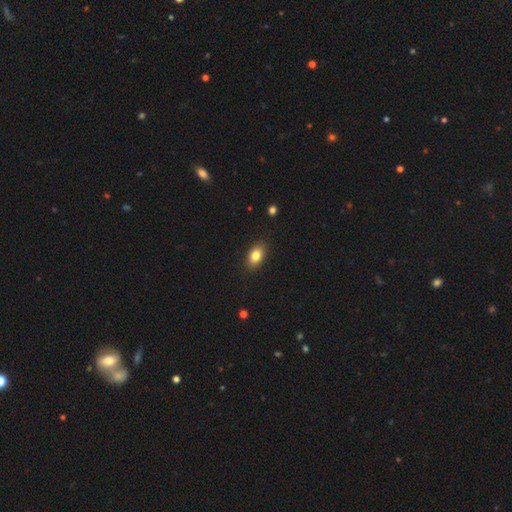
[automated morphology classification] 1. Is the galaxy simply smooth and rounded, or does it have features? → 81% smooth, 10% featured or disk, 9% star or artifact.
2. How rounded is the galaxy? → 85% in between, 13% round, 3% cigar-shaped.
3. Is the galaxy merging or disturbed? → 87% none, 9% minor disturbance, 2% major disturbance, 1% merger.